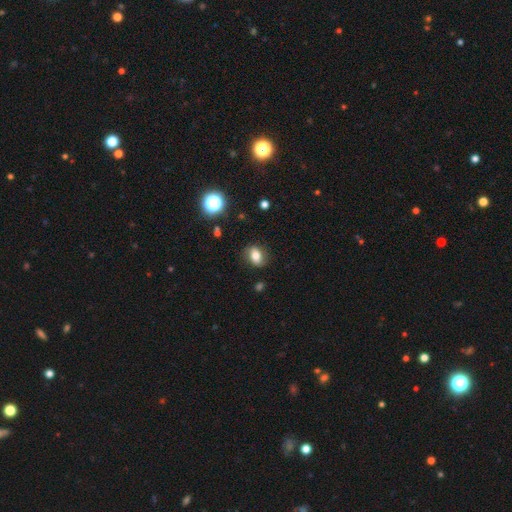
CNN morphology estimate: Smooth or featured? Predicted: smooth (p=0.67). How rounded? Predicted: in between (p=0.71). Merging? Predicted: none (p=0.79).